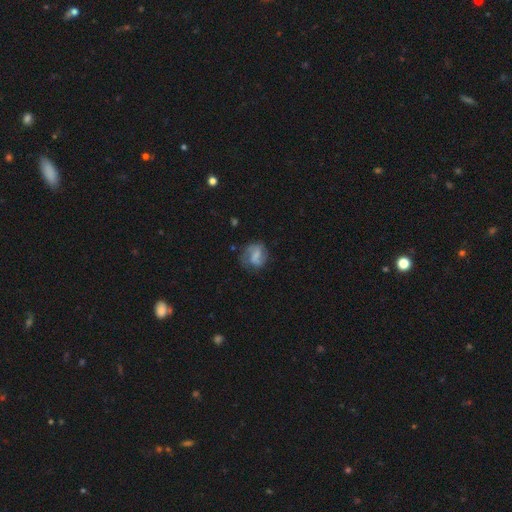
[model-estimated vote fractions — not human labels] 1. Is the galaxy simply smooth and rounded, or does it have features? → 50% featured or disk, 41% smooth, 9% star or artifact.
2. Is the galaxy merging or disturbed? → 59% none, 24% minor disturbance, 15% major disturbance, 3% merger.